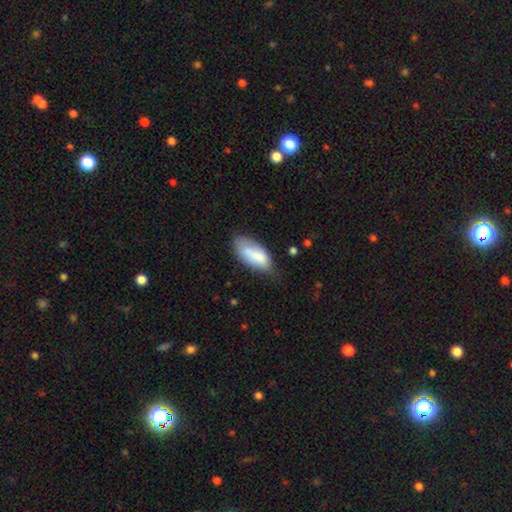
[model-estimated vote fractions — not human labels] This appears to be a smooth galaxy with no disk features (78%) that is in between round and cigar-shaped (89%). Merging: none (52%).